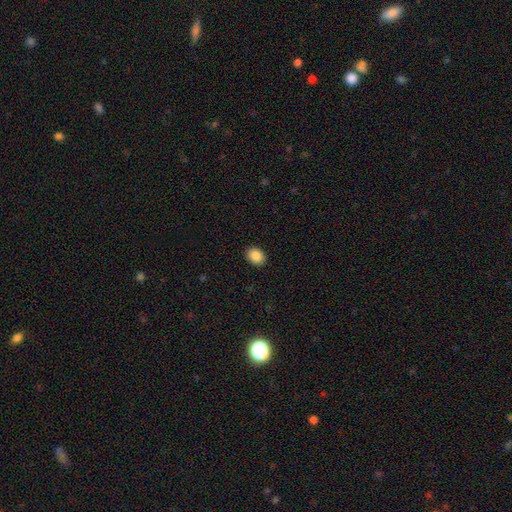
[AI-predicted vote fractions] The model was most divided on "how rounded": in between: 61%, round: 38%, cigar-shaped: 1%. More confident: merging — none (91%); smooth or featured — smooth (87%).